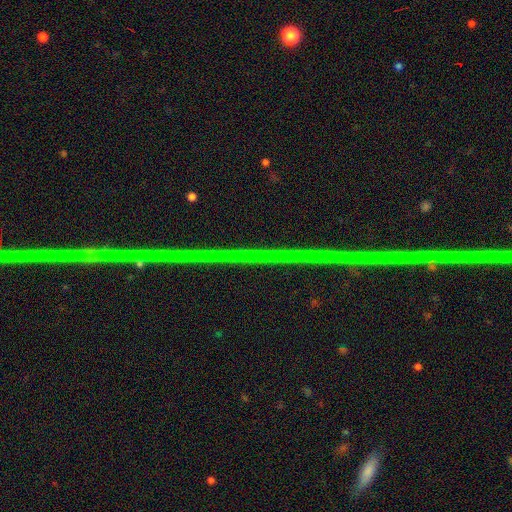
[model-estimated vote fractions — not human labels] This is clearly a star or artifact rather than a galaxy (84%).